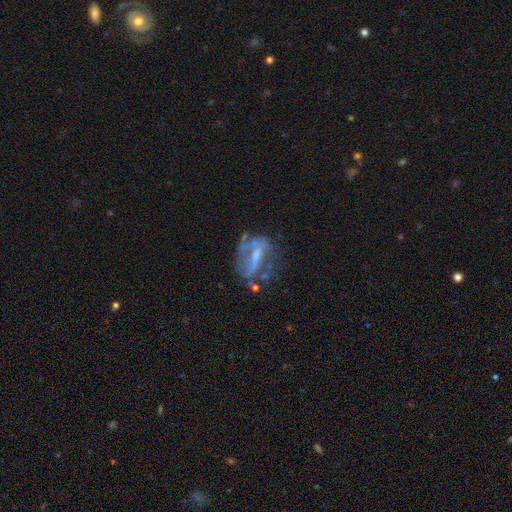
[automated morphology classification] A featured or disk galaxy (67%) with a strong bar (37%), no spiral arms (57%) and a small central bulge (47%). Merging: none (44%).